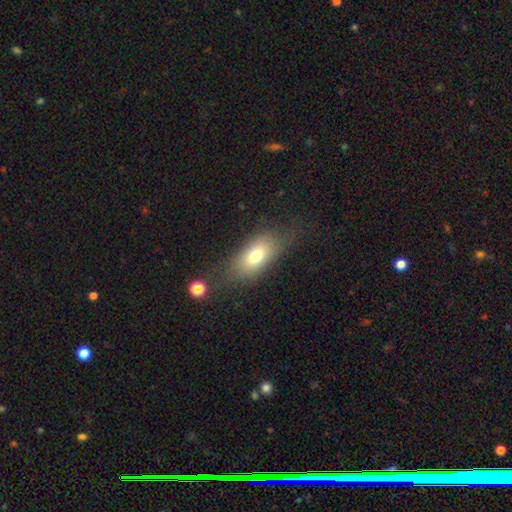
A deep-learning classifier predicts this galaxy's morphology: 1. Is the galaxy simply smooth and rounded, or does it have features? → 71% smooth, 19% featured or disk, 10% star or artifact.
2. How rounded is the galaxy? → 84% in between, 9% round, 7% cigar-shaped.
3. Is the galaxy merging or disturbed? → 70% none, 17% minor disturbance, 10% major disturbance, 3% merger.